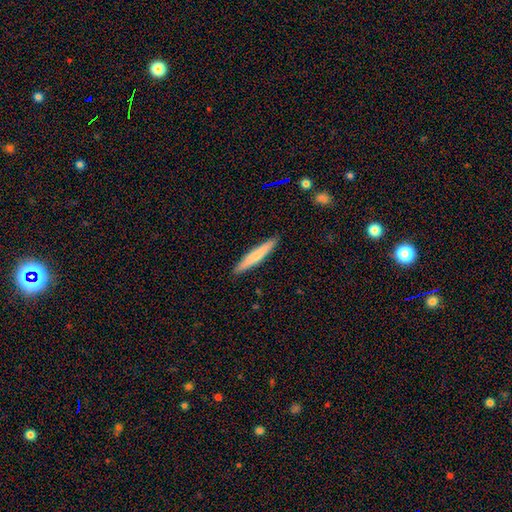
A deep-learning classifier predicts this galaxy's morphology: Smooth or featured? Predicted: smooth (p=0.71). How rounded? Predicted: cigar-shaped (p=0.95). Merging? Predicted: none (p=0.91).